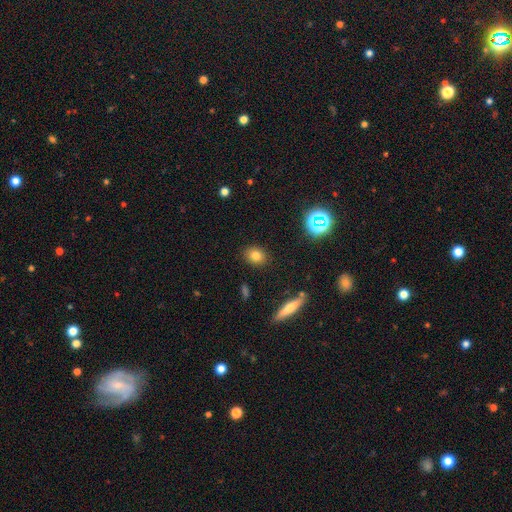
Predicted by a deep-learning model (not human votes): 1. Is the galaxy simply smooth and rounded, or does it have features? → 78% smooth, 13% star or artifact, 9% featured or disk.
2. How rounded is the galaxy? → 49% round (tied), 49% in between (tied), 2% cigar-shaped.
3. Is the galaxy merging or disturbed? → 88% none, 8% minor disturbance, 2% major disturbance, 2% merger.